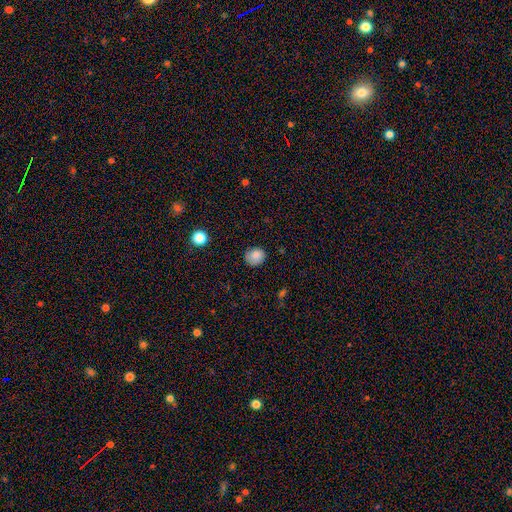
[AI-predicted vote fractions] The model was most divided on "how rounded": round: 74%, in between: 25%, cigar-shaped: 1%. More confident: smooth or featured — smooth (84%); merging — none (78%).